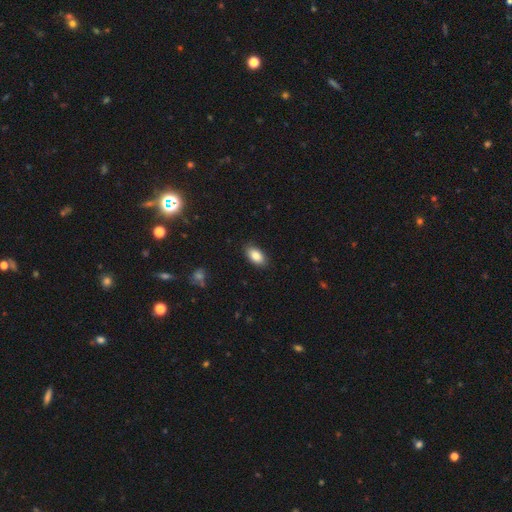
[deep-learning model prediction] Smooth or featured: smooth — 86% (star or artifact — 7%)
How rounded: in between — 93% (round — 4%)
Merging: none — 88% (minor disturbance — 9%)